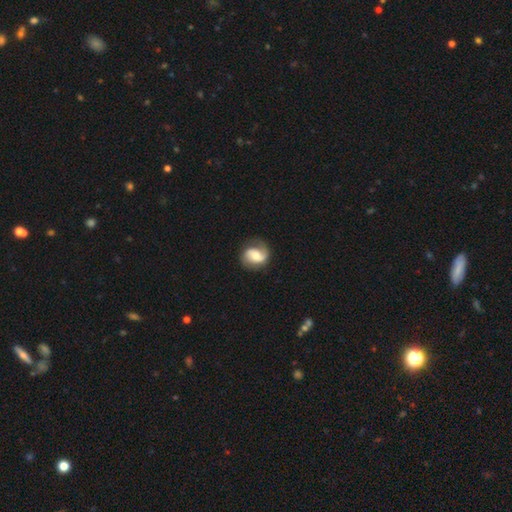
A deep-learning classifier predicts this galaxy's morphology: This is likely a featured or disk galaxy (68%). It is clearly not viewed edge-on (98%). Bar: marginally no (43%). Spiral arm pattern: clearly yes (92%). Spiral arm count: likely 2 (80%). Spiral winding: marginally medium (43%). Central bulge: possibly moderate (56%). Merging: likely none (73%).